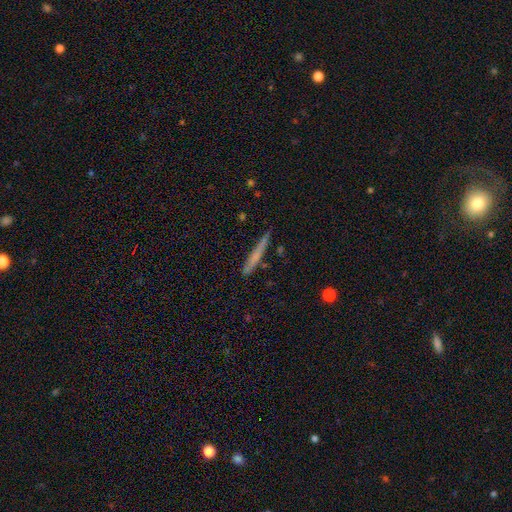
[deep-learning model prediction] Smooth or featured? smooth (63%)
How rounded? cigar-shaped (96%)
Merging? none (85%)